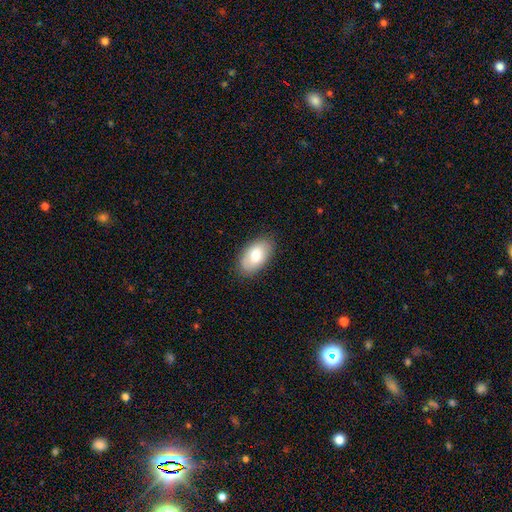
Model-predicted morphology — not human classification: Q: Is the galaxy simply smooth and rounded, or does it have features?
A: smooth — 75%.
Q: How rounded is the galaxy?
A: in between — 94%.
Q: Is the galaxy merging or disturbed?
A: none — 85%.